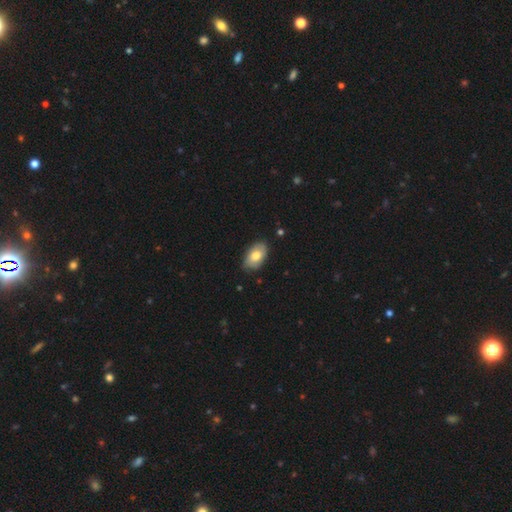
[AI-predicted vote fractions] smooth-or-featured: smooth: 75% | featured or disk: 19% | star or artifact: 6%
  how-rounded: in between: 94% | round: 5% | cigar-shaped: 1%
  merging: none: 79% | minor disturbance: 17% | major disturbance: 3% | merger: 1%